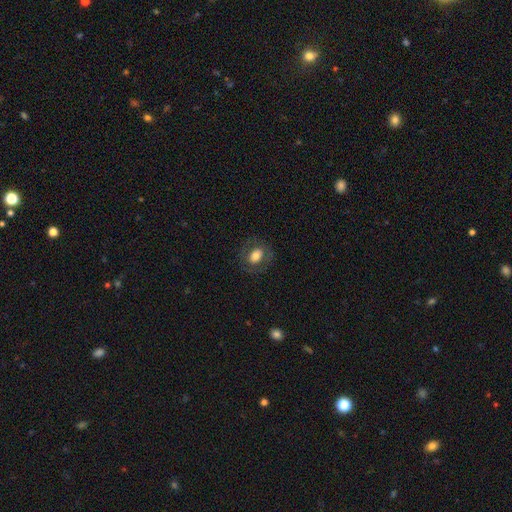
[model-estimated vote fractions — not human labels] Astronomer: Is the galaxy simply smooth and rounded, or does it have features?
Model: smooth — 66%.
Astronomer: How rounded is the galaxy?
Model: in between — 63%.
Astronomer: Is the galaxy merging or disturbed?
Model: none — 78%.